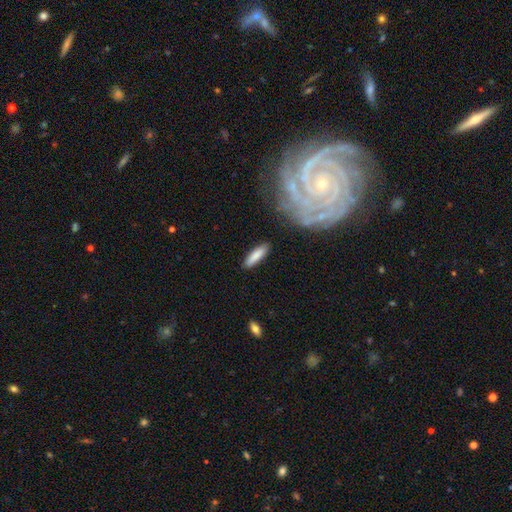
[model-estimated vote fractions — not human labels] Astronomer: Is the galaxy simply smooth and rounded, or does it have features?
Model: smooth — 83%.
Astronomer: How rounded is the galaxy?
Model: cigar-shaped — 71%.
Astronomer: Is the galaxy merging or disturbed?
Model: none — 86%.